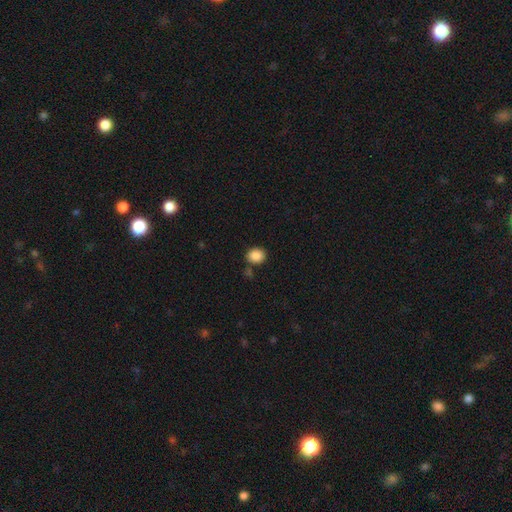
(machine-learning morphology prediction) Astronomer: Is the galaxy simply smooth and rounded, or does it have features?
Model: smooth — 88%.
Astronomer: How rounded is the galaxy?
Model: round — 67%.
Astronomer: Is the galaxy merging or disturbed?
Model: none — 80%.